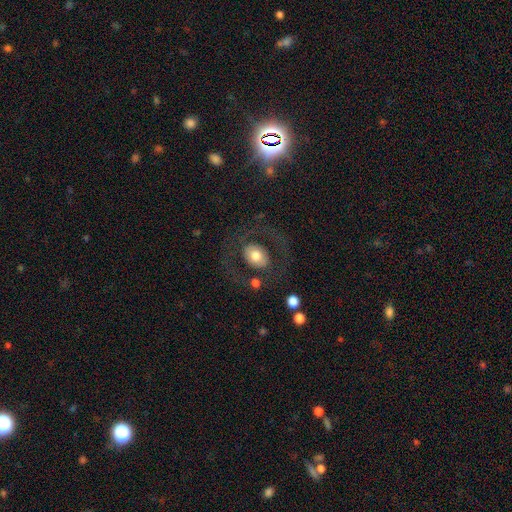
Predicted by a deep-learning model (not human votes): Morphology: type=smooth (57%); roundness=in between (53%); merging=none (71%).